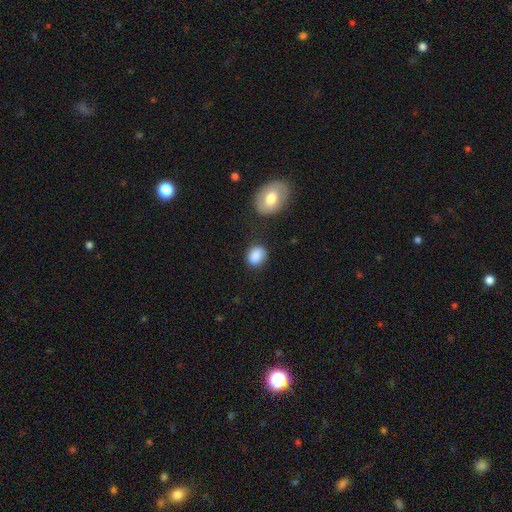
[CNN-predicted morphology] smooth_or_featured: smooth (p=0.86) [alt: star or artifact p=0.08]
how_rounded: in between (p=0.50) [alt: round p=0.49]
merging: none (p=0.70) [alt: minor disturbance p=0.19]